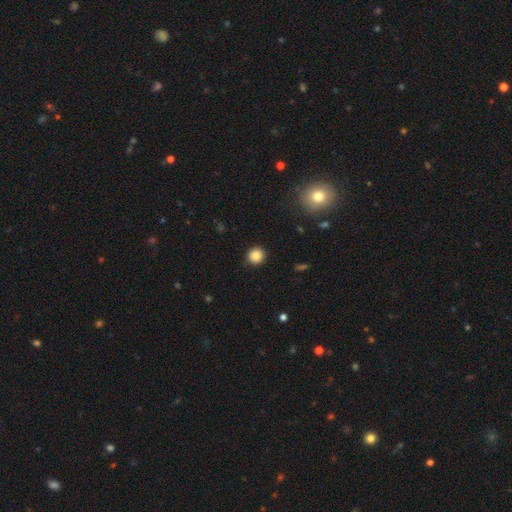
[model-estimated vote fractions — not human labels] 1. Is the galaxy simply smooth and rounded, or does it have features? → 87% smooth, 10% star or artifact, 4% featured or disk.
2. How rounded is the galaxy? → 91% round, 8% in between, 1% cigar-shaped.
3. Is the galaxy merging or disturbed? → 90% none, 7% minor disturbance, 2% major disturbance, 1% merger.